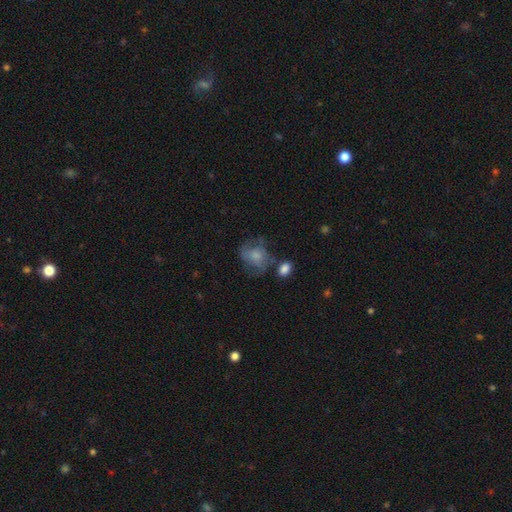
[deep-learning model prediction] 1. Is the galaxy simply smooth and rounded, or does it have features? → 54% smooth, 37% featured or disk, 9% star or artifact.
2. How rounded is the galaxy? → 53% round, 46% in between, 1% cigar-shaped.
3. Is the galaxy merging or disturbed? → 43% none, 26% minor disturbance, 22% major disturbance, 9% merger.